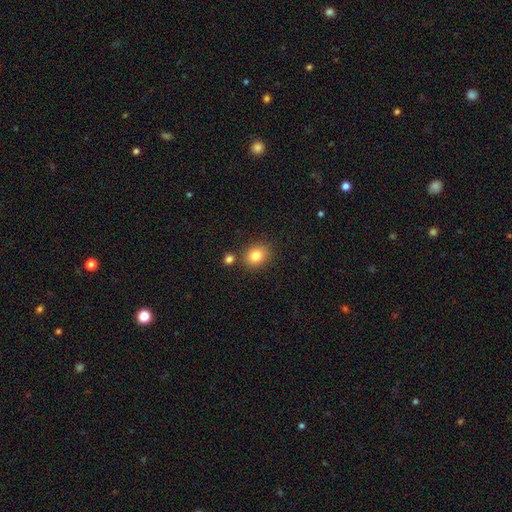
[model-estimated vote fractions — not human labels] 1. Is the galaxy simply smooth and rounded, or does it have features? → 83% smooth, 10% star or artifact, 7% featured or disk.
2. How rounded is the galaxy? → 65% round, 34% in between, 1% cigar-shaped.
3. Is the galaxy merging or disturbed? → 79% none, 10% minor disturbance, 8% merger, 3% major disturbance.